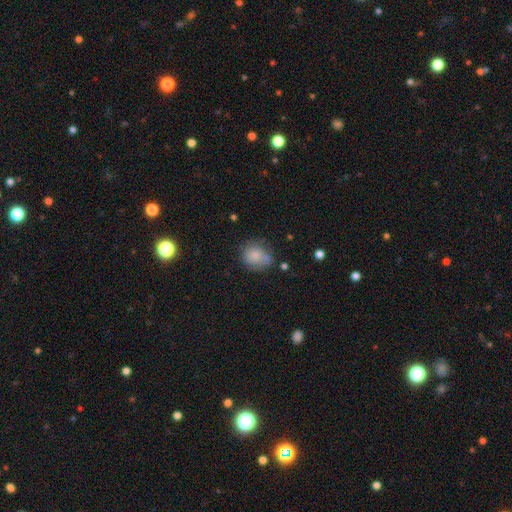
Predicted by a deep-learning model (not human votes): Q: Smooth or featured?
A: smooth (81%); runner-up: featured or disk (10%)
Q: How rounded?
A: round (71%); runner-up: in between (28%)
Q: Merging?
A: none (59%); runner-up: minor disturbance (24%)